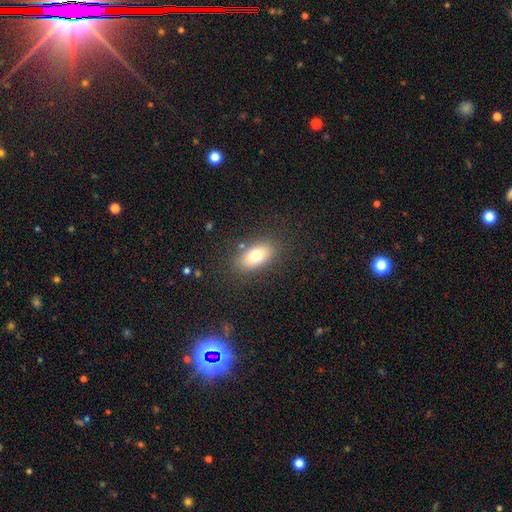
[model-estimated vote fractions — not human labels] smooth_or_featured: smooth (p=0.74) [alt: featured or disk p=0.17]
how_rounded: in between (p=0.87) [alt: round p=0.08]
merging: none (p=0.82) [alt: minor disturbance p=0.11]